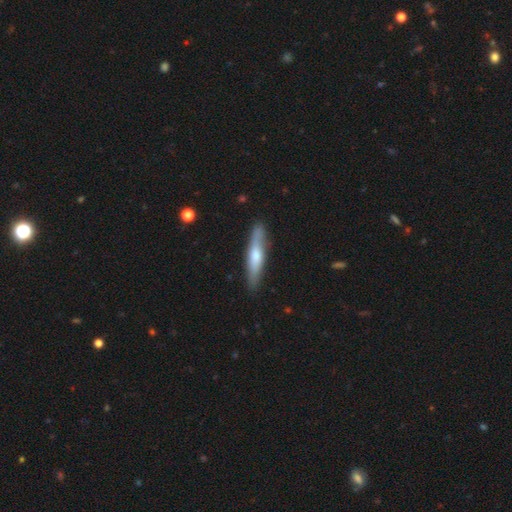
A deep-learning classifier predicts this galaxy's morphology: Smooth or featured: smooth — 53% (featured or disk — 41%)
How rounded: cigar-shaped — 85% (in between — 13%)
Merging: none — 85% (minor disturbance — 11%)